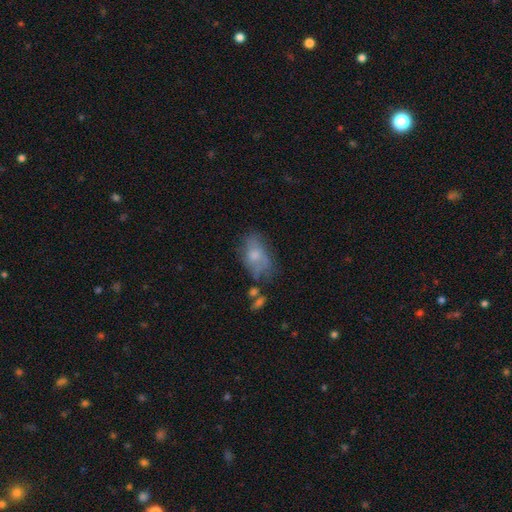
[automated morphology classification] smooth-or-featured: smooth: 62% | featured or disk: 30% | star or artifact: 9%
  how-rounded: in between: 89% | round: 9% | cigar-shaped: 3%
  merging: none: 45% | minor disturbance: 30% | major disturbance: 17% | merger: 8%